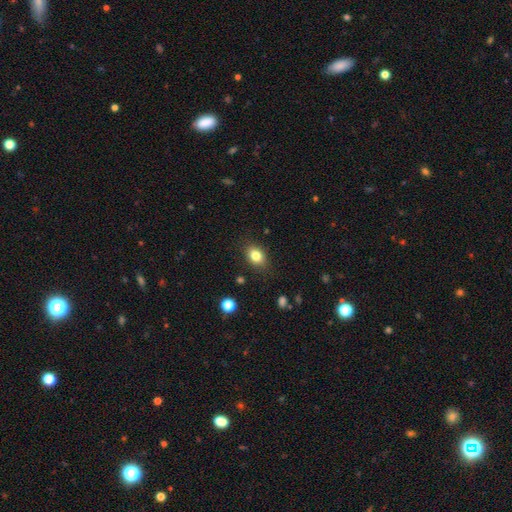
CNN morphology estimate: A smooth galaxy with no disk features (82%) that is in between round and cigar-shaped (71%). Merging: none (83%).